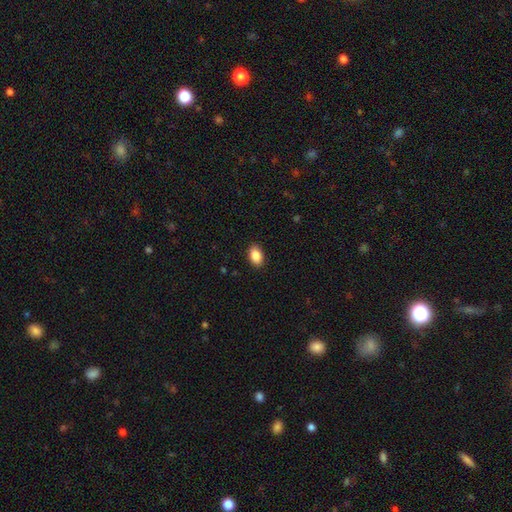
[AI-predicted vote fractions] Smooth or featured? smooth (88%)
How rounded? in between (88%)
Merging? none (89%)